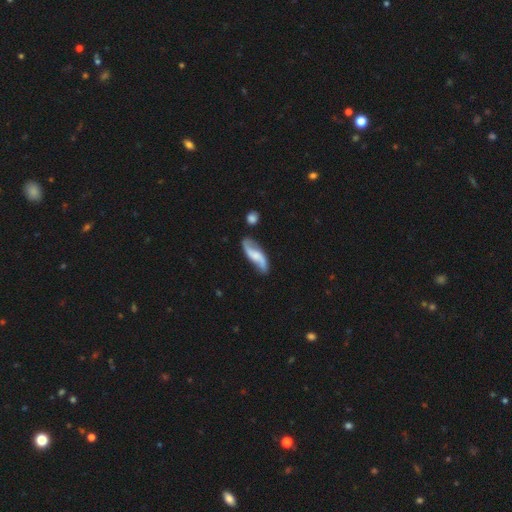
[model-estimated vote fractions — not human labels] Smooth or featured: featured or disk — 73% (smooth — 21%)
Edge-on disk: no — 90% (yes — 10%)
Bar: no — 46% (weak — 38%)
Spiral arms: yes — 94% (no — 6%)
Spiral winding: loose — 73% (medium — 20%)
Spiral arm count: 2 — 92% (can't tell — 3%)
Bulge size: none — 33% (small — 31%)
Merging: none — 72% (minor disturbance — 17%)